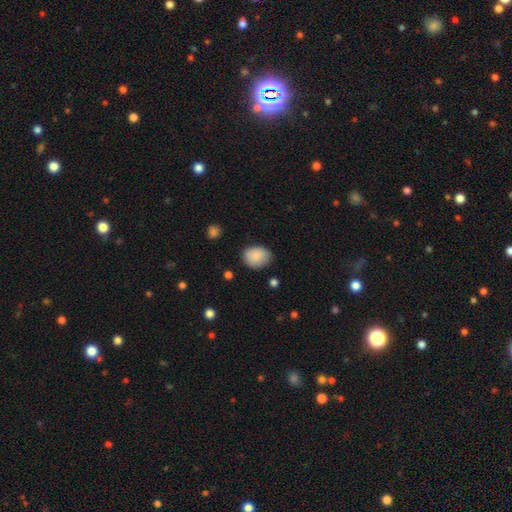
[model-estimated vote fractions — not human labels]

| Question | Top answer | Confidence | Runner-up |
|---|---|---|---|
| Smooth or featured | smooth | 87% | star or artifact (7%) |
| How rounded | in between | 57% | round (42%) |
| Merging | none | 75% | minor disturbance (20%) |